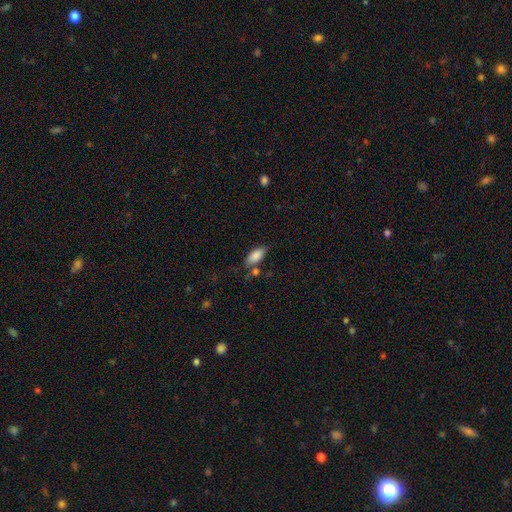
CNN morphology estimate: smooth-or-featured: smooth: 85% | featured or disk: 8% | star or artifact: 7%
  how-rounded: in between: 87% | cigar-shaped: 10% | round: 2%
  merging: none: 65% | minor disturbance: 19% | merger: 11% | major disturbance: 5%